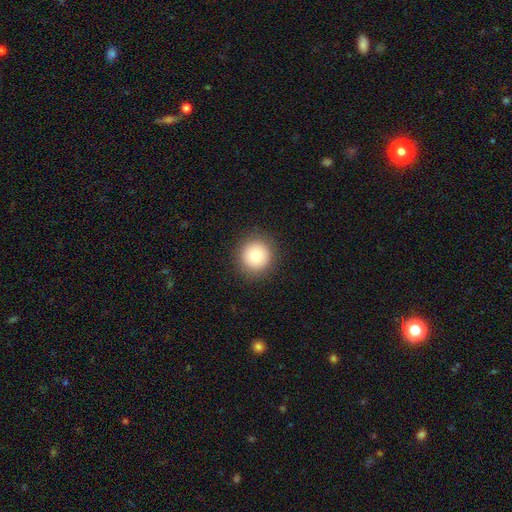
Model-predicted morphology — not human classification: This appears to be a smooth galaxy with no disk features (82%) that is round (94%). Merging: none (90%).